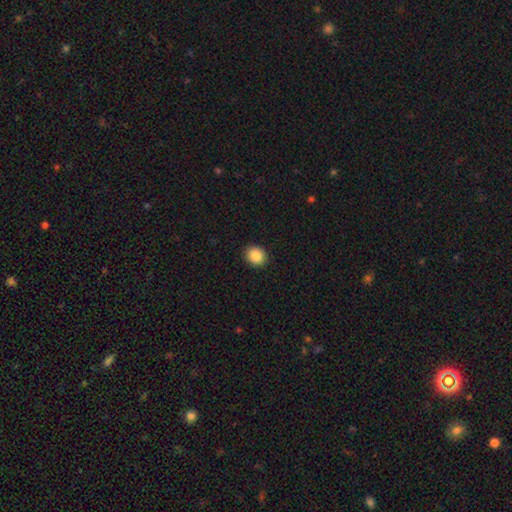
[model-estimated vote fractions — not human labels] smooth-or-featured: smooth: 87% | star or artifact: 9% | featured or disk: 4%
  how-rounded: round: 70% | in between: 29% | cigar-shaped: 1%
  merging: none: 91% | minor disturbance: 6% | major disturbance: 2% | merger: 1%